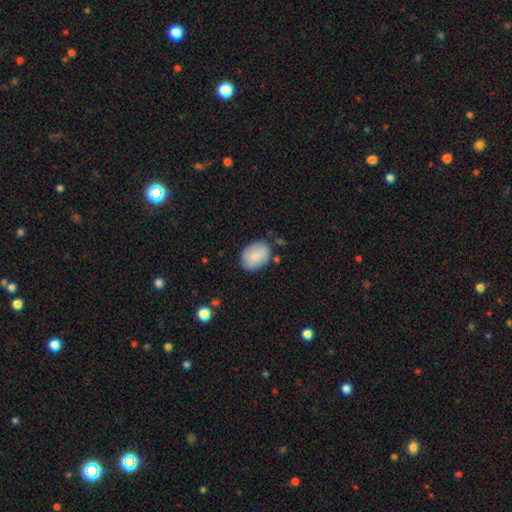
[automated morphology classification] Smooth or featured: smooth — 83% (featured or disk — 10%)
How rounded: in between — 75% (round — 24%)
Merging: none — 76% (minor disturbance — 17%)